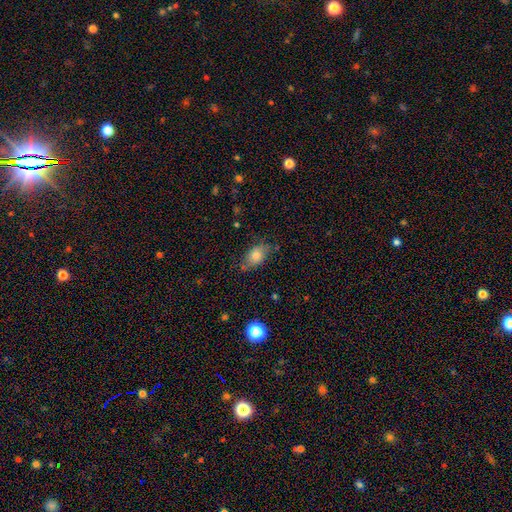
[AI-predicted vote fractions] A smooth galaxy with no disk features (76%) that is in between round and cigar-shaped (82%).

Vote fractions:
- Smooth or featured? smooth: 76% / featured or disk: 15% / star or artifact: 9%
- How rounded? in between: 82% / round: 15% / cigar-shaped: 3%
- Merging? none: 68% / minor disturbance: 24% / major disturbance: 6% / merger: 3%